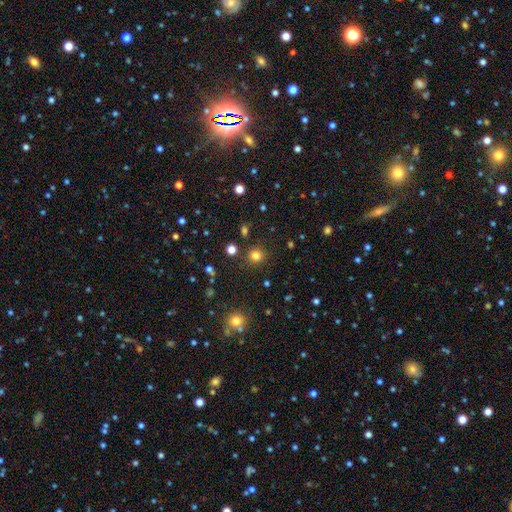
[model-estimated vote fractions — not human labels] Smooth or featured?
  - smooth: 79% *
  - star or artifact: 17%
  - featured or disk: 5%
How rounded?
  - round: 93% *
  - in between: 7%
  - cigar-shaped: 1%
Merging?
  - none: 87% *
  - minor disturbance: 7%
  - merger: 3%
  - major disturbance: 3%